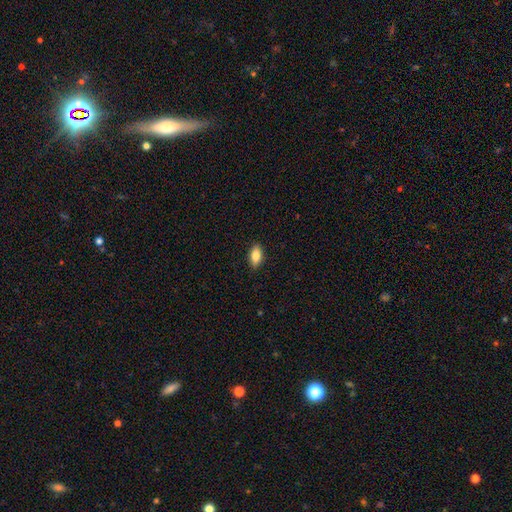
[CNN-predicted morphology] Overall: smooth (82%). How rounded: in between (89%). Merging: none (88%).